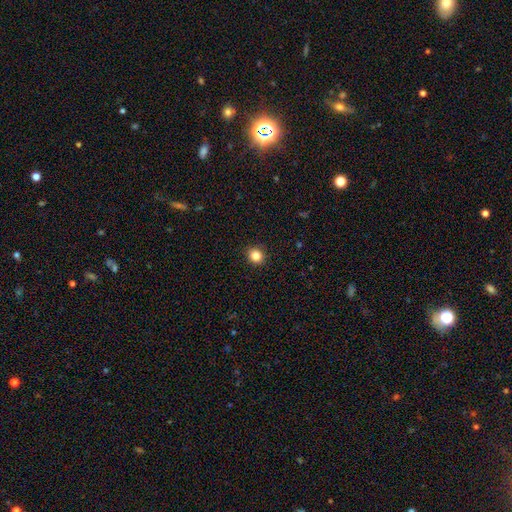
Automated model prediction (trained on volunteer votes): Smooth or featured? Predicted: smooth (p=0.85). How rounded? Predicted: round (p=0.86). Merging? Predicted: none (p=0.92).